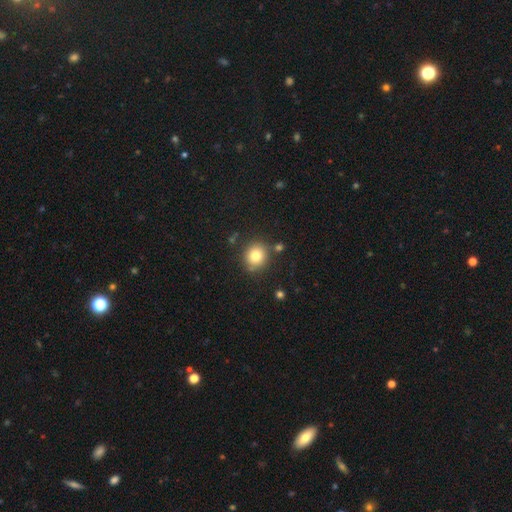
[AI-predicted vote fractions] This appears to be a smooth galaxy with no disk features (80%) that is round (83%). Merging: none (81%).